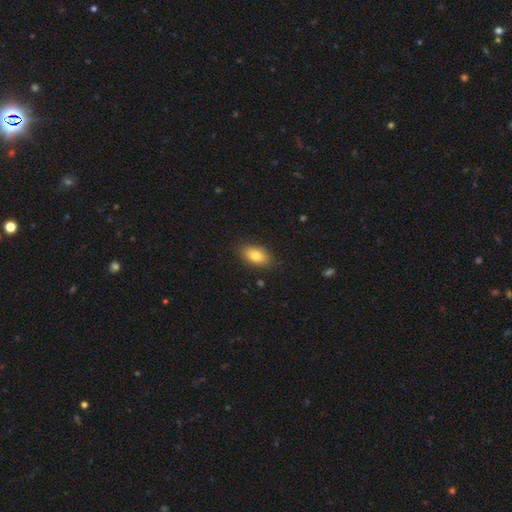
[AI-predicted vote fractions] Q: Smooth or featured?
A: smooth (80%); runner-up: featured or disk (12%)
Q: How rounded?
A: in between (89%); runner-up: round (8%)
Q: Merging?
A: none (86%); runner-up: minor disturbance (11%)